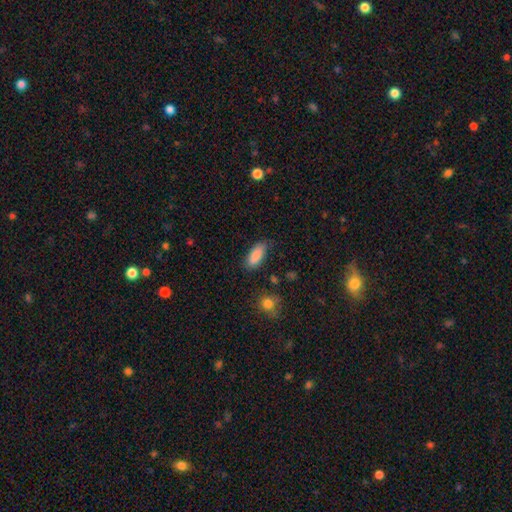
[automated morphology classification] smooth 88%, star or artifact 7%, featured or disk 5%. Down the decision tree: how rounded — in between (83%); merging — none (79%).